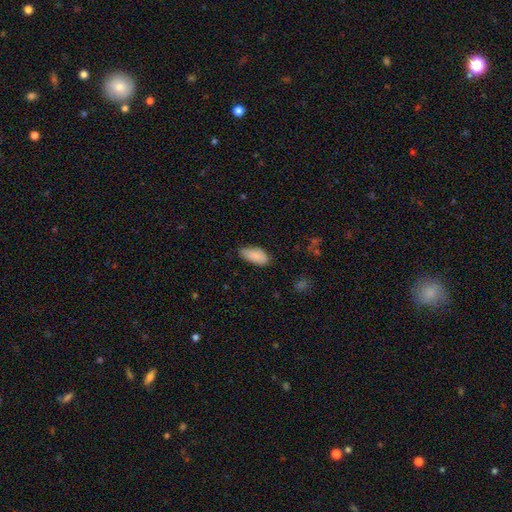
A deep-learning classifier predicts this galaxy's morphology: This is clearly a smooth galaxy (88%). How rounded: clearly in between (91%). Merging: clearly none (80%).